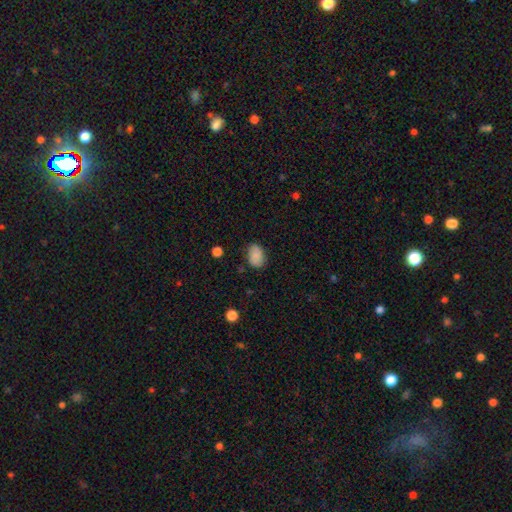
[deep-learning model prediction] Overall: smooth (84%). How rounded: in between (83%). Merging: none (77%).